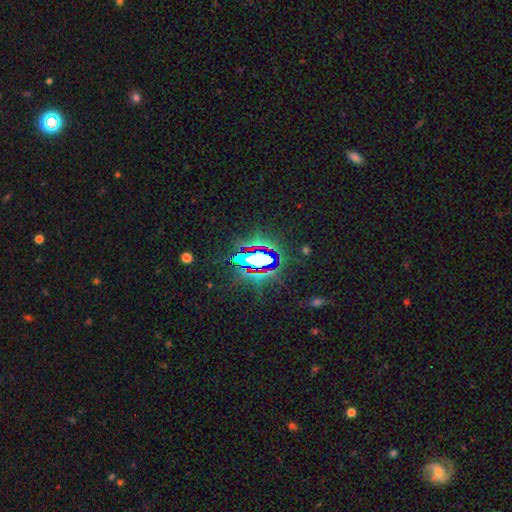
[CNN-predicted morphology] A star or artifact, not a galaxy (75%).

Vote fractions:
- Smooth or featured? star or artifact: 75% / smooth: 13% / featured or disk: 12%